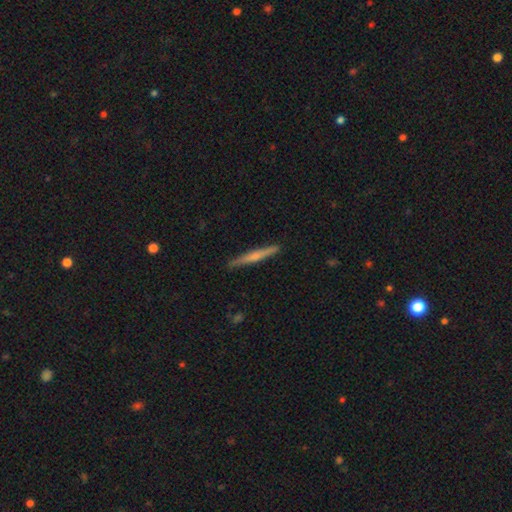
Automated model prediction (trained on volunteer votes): This appears to be a featured or disk galaxy (48%). Merging: none (89%).